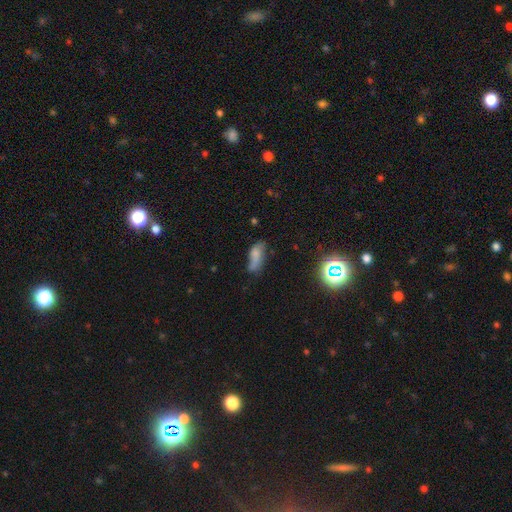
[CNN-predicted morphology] A smooth galaxy with no disk features (63%) that is in between round and cigar-shaped (75%).

Vote fractions:
- Smooth or featured? smooth: 63% / featured or disk: 24% / star or artifact: 12%
- How rounded? in between: 75% / cigar-shaped: 21% / round: 3%
- Merging? none: 42% / minor disturbance: 33% / major disturbance: 19% / merger: 7%